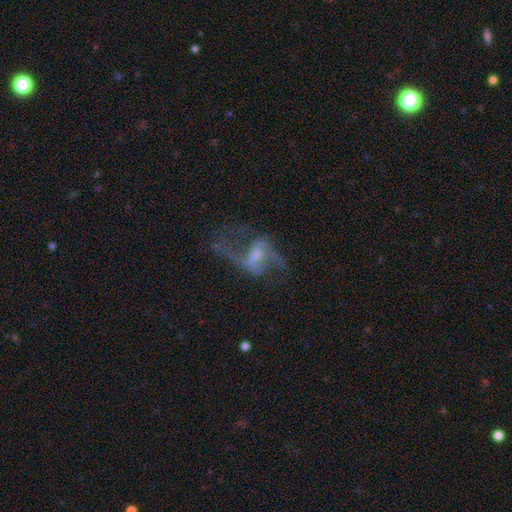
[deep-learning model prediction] A featured or disk galaxy (80%) with a weak bar (50%), 2 (83%) loose (75%) spiral arms (88%) and a small central bulge (34%, tied with moderate). Merging: none (52%).